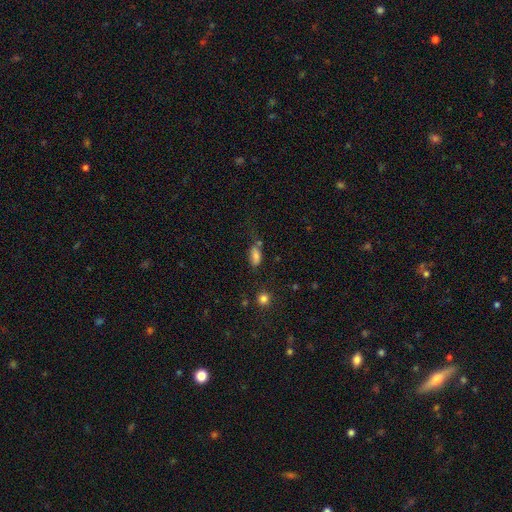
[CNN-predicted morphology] Overall: smooth (77%). How rounded: in between (83%). Merging: none (50%; minor disturbance 25%).